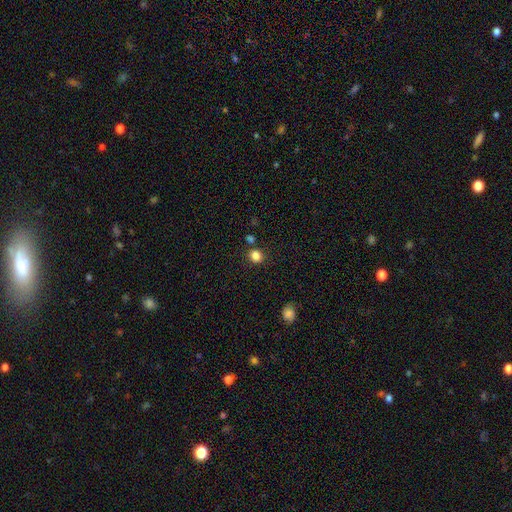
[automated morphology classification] Smooth or featured?
  - smooth: 83% *
  - star or artifact: 12%
  - featured or disk: 5%
How rounded?
  - round: 78% *
  - in between: 21%
  - cigar-shaped: 1%
Merging?
  - none: 80% *
  - minor disturbance: 10%
  - merger: 7%
  - major disturbance: 3%